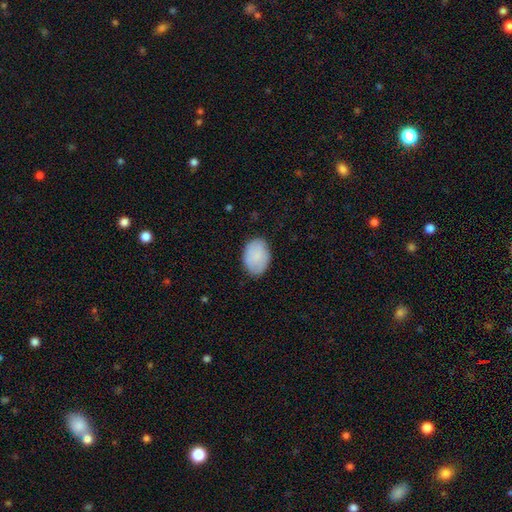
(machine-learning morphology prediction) Overall: smooth (85%). How rounded: in between (82%). Merging: none (81%).